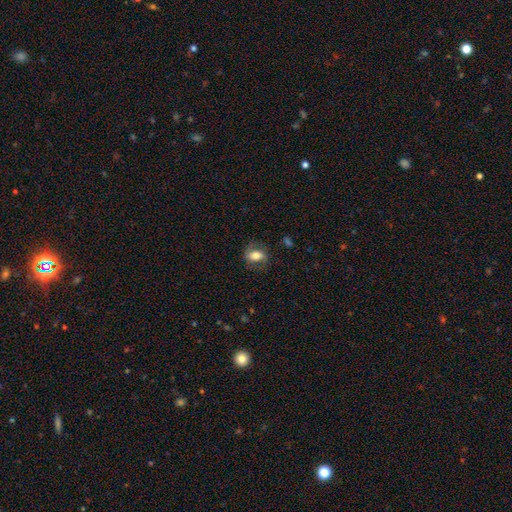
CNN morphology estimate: Smooth or featured: smooth — 60% (featured or disk — 32%)
How rounded: in between — 79% (round — 17%)
Merging: none — 70% (minor disturbance — 19%)